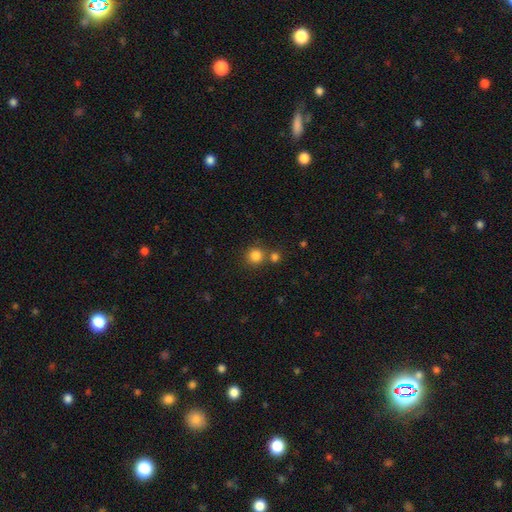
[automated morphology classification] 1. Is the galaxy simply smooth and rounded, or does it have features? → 83% smooth, 12% star or artifact, 5% featured or disk.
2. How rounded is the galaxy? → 92% round, 7% in between, 1% cigar-shaped.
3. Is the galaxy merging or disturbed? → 71% none, 19% merger, 8% minor disturbance, 3% major disturbance.